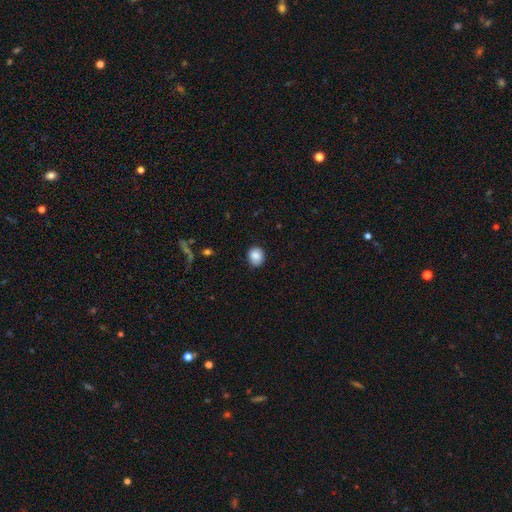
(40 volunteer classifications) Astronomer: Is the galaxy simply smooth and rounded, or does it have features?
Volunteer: smooth — 90%.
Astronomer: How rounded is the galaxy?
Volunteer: round — 72%.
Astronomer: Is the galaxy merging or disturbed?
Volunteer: none — 86%.